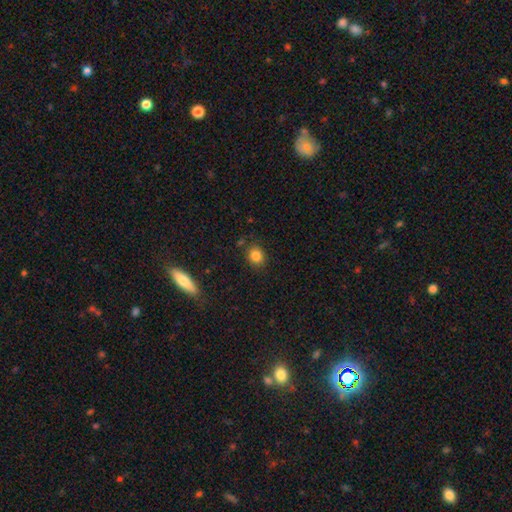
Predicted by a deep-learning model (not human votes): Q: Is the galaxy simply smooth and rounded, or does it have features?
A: smooth — 84%.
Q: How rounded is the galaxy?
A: round — 66%.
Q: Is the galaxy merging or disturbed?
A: none — 84%.